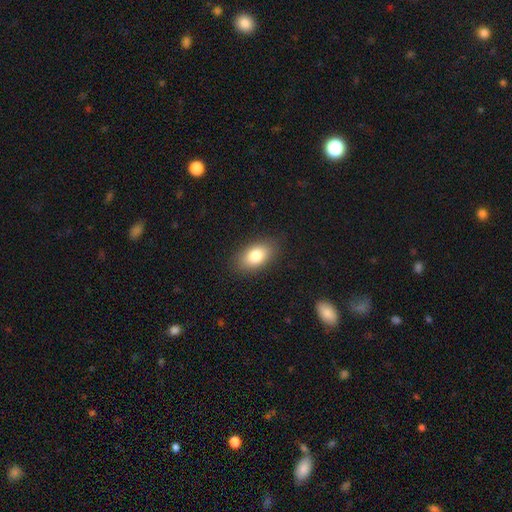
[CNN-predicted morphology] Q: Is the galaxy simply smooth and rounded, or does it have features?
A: smooth — 81%.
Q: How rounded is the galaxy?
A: in between — 90%.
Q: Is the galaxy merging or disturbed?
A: none — 86%.